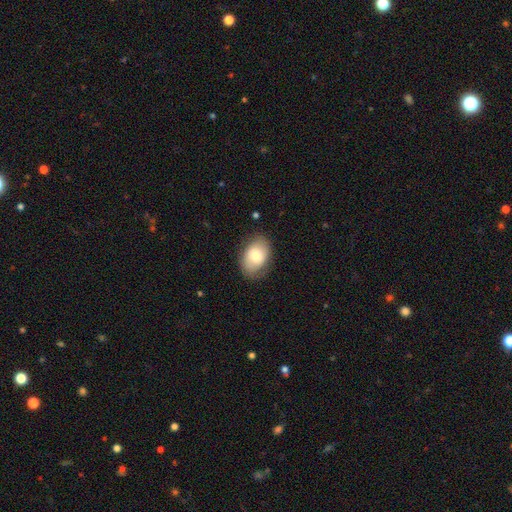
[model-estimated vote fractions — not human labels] This is likely a smooth galaxy (71%). How rounded: clearly in between (85%). Merging: likely none (78%).